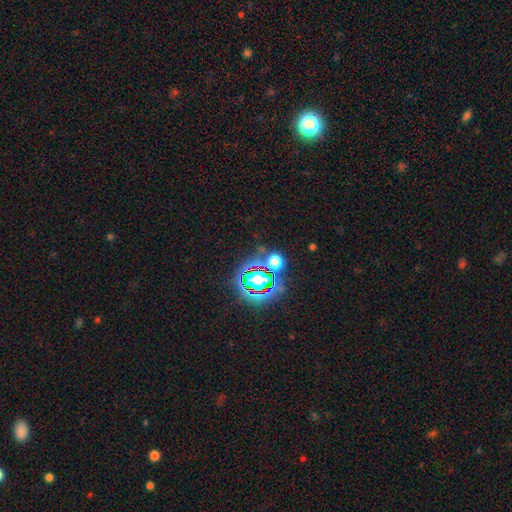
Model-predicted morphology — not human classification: star or artifact 80%, smooth 13%, featured or disk 8%.